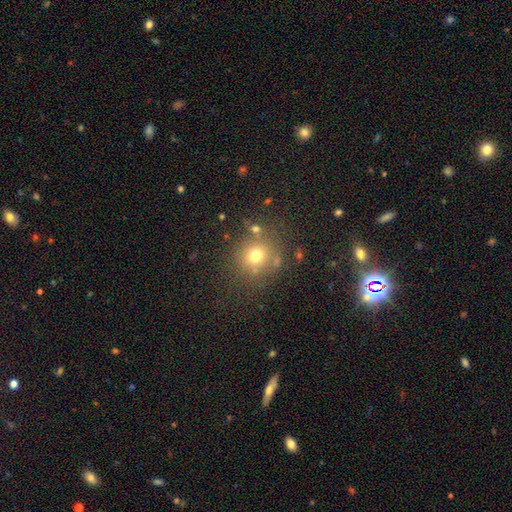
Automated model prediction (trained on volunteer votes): smooth_or_featured: smooth (p=0.71) [alt: star or artifact p=0.18]
how_rounded: round (p=0.89) [alt: in between p=0.10]
merging: none (p=0.75) [alt: minor disturbance p=0.12]